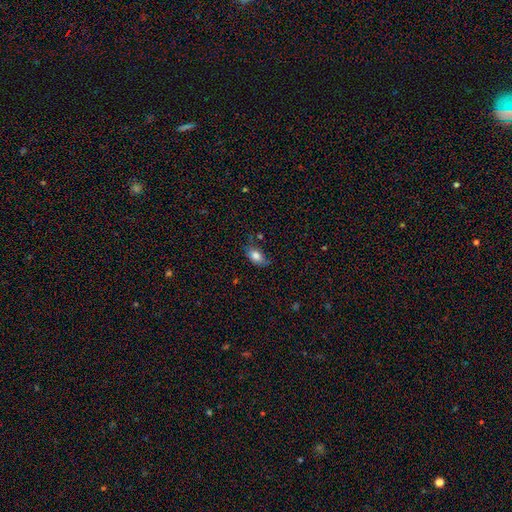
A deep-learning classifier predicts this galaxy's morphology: The model was most divided on "merging": none: 59%, minor disturbance: 31%, major disturbance: 7%, merger: 4%. More confident: how rounded — in between (88%); smooth or featured — smooth (82%).